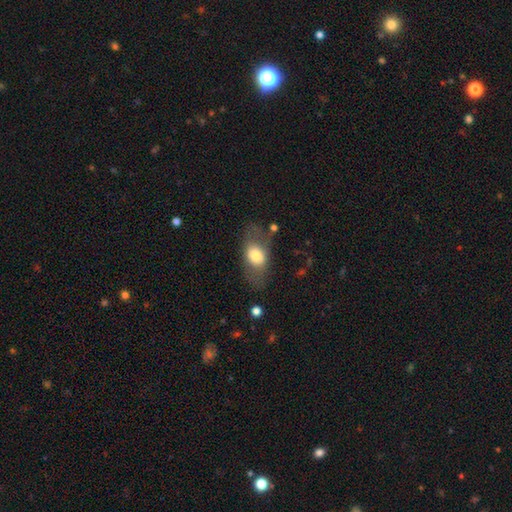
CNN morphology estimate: smooth 66%, featured or disk 27%, star or artifact 7%. Down the decision tree: how rounded — in between (79%); merging — none (68%).